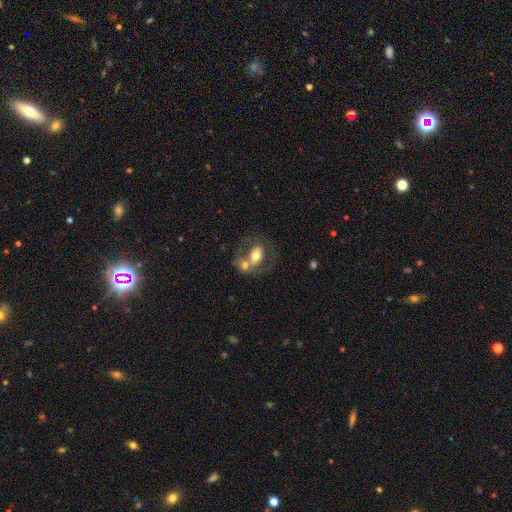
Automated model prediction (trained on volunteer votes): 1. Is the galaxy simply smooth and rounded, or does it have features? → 57% smooth, 35% featured or disk, 8% star or artifact.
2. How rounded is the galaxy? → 75% in between, 23% round, 2% cigar-shaped.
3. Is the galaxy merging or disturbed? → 54% merger, 28% none, 10% minor disturbance, 8% major disturbance.